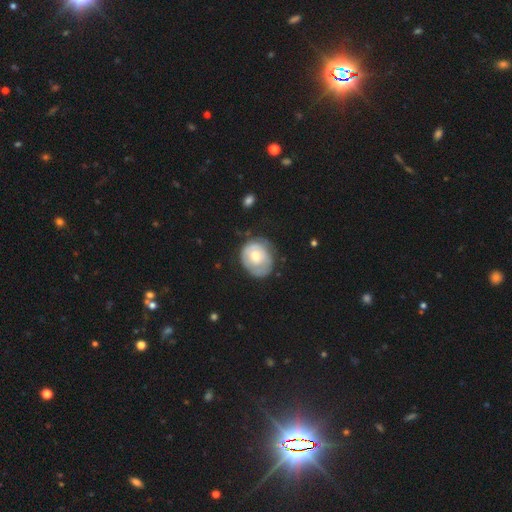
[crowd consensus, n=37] smooth_or_featured: smooth (p=0.54) [alt: featured or disk p=0.38]
how_rounded: round (p=0.65) [alt: in between p=0.35]
merging: none (p=0.59) [alt: minor disturbance p=0.38]